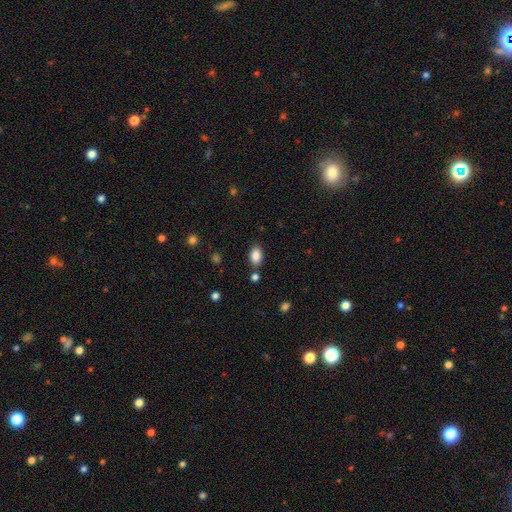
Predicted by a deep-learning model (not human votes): A smooth galaxy with no disk features (87%) that is in between round and cigar-shaped (90%). Merging: none (79%).